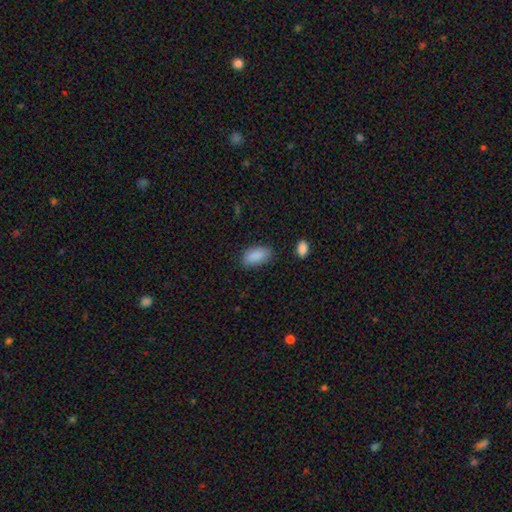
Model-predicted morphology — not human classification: Smooth or featured? smooth (89%)
How rounded? in between (93%)
Merging? none (77%)